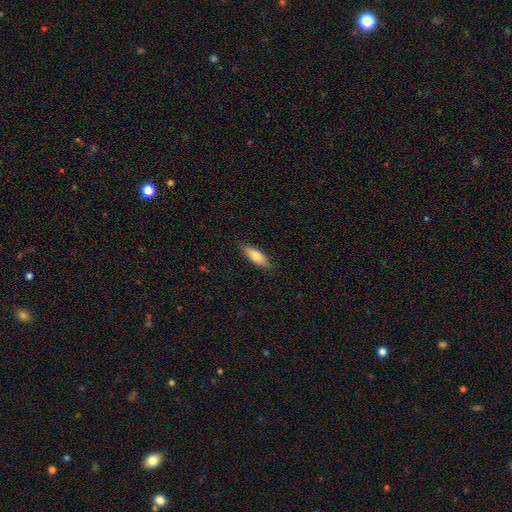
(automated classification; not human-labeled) smooth-or-featured: smooth: 75% | featured or disk: 19% | star or artifact: 6%
  how-rounded: in between: 60% | cigar-shaped: 38% | round: 2%
  merging: none: 86% | minor disturbance: 11% | major disturbance: 2% | merger: 1%